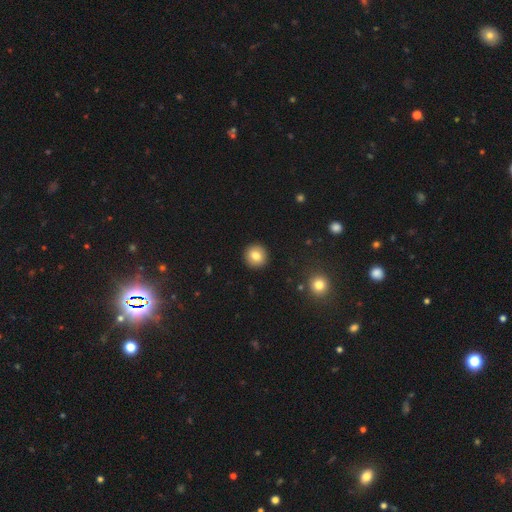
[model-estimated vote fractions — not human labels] A smooth galaxy with no disk features (81%) that is round (94%). Merging: none (93%).